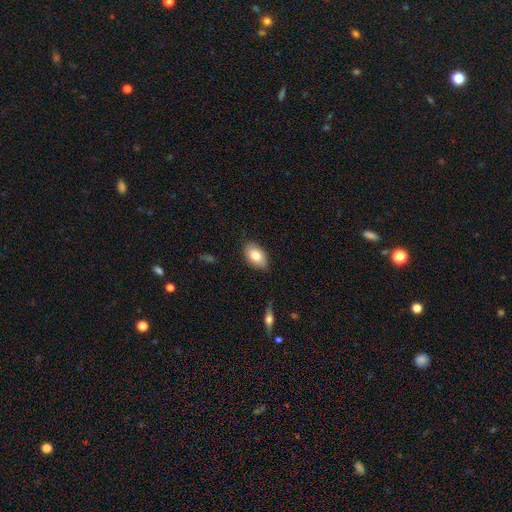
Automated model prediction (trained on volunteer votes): Overall: smooth (81%). How rounded: in between (92%). Merging: none (83%).